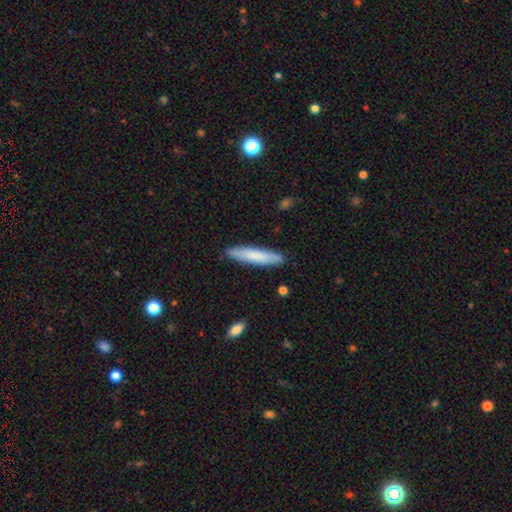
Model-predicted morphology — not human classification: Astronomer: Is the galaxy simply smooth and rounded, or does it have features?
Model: smooth — 79%.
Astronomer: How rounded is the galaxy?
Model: cigar-shaped — 88%.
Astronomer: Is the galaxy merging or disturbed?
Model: none — 88%.